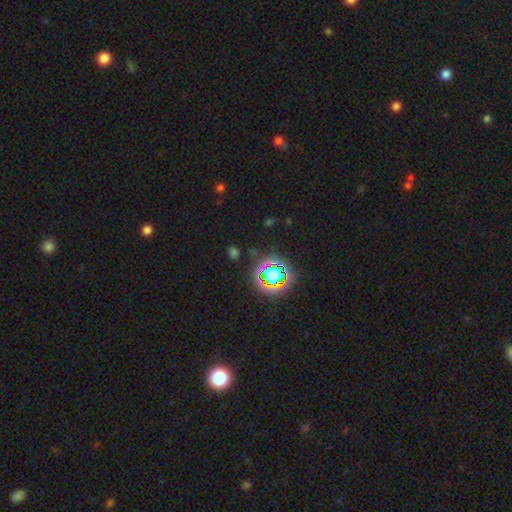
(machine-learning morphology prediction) A star or artifact, not a galaxy (73%).